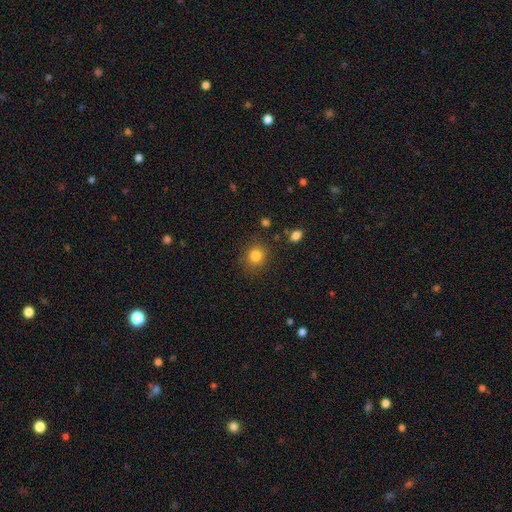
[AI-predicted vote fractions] A smooth galaxy with no disk features (83%) that is round (83%). Merging: none (85%).